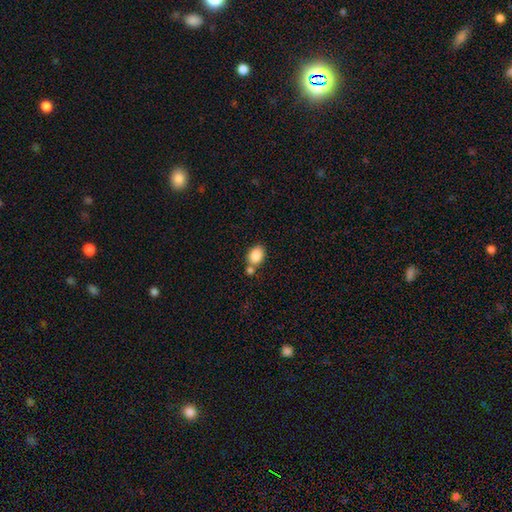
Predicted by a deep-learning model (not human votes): Q: Smooth or featured?
A: smooth (87%); runner-up: star or artifact (8%)
Q: How rounded?
A: in between (68%); runner-up: round (30%)
Q: Merging?
A: none (60%); runner-up: merger (25%)